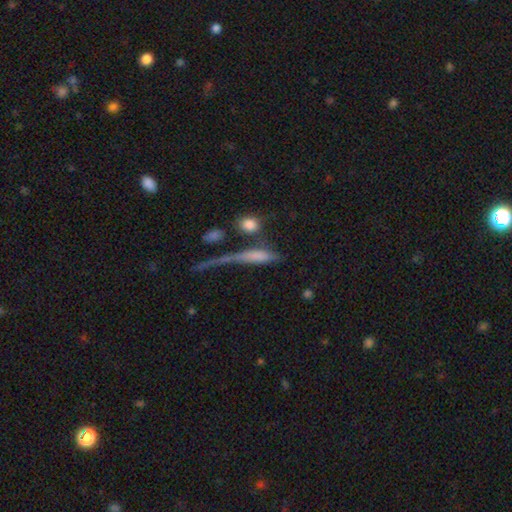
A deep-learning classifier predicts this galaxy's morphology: Smooth or featured? smooth (62%)
How rounded? cigar-shaped (71%)
Merging? none (47%)